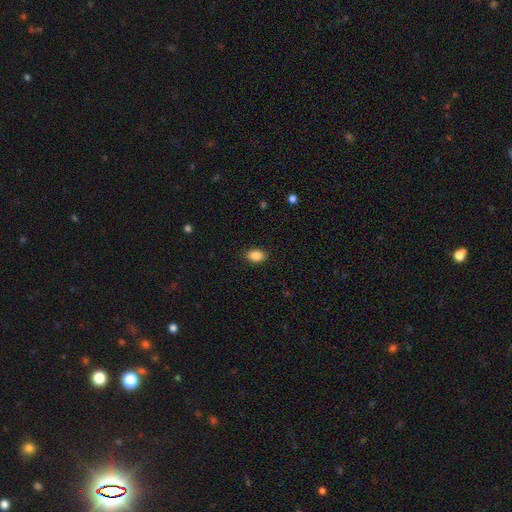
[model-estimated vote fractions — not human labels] This appears to be a smooth galaxy with no disk features (87%) that is in between round and cigar-shaped (81%). Merging: none (89%).